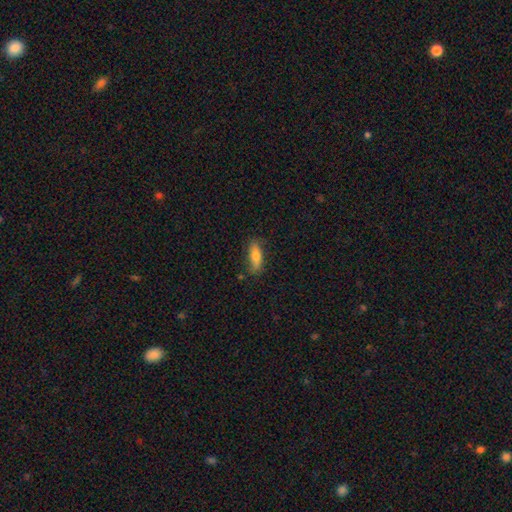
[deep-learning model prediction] Smooth or featured? smooth (72%)
How rounded? in between (59%)
Merging? none (74%)